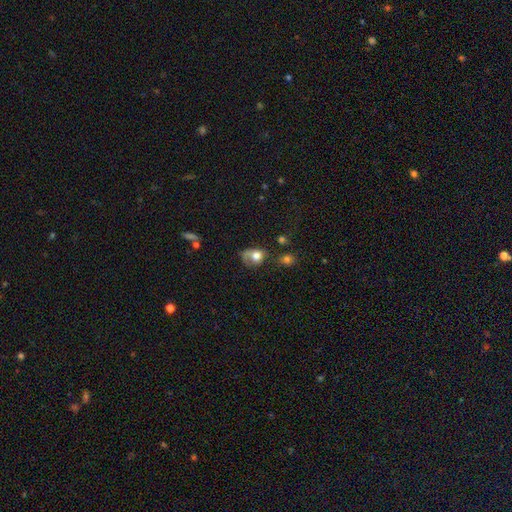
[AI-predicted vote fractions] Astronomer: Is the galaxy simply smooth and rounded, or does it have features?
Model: smooth — 67%.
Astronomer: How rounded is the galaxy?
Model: in between — 52% (runner-up: round, 46%).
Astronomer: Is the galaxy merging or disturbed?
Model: major disturbance — 39% (runner-up: none, 27%).